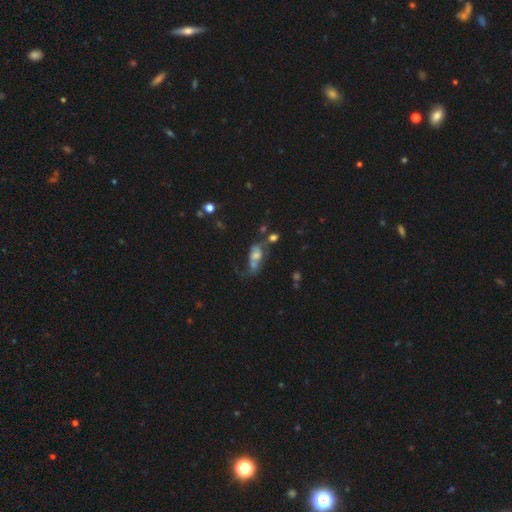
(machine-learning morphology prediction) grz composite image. It shows a smooth galaxy with no disk features (47%). Merging: merger (32%).